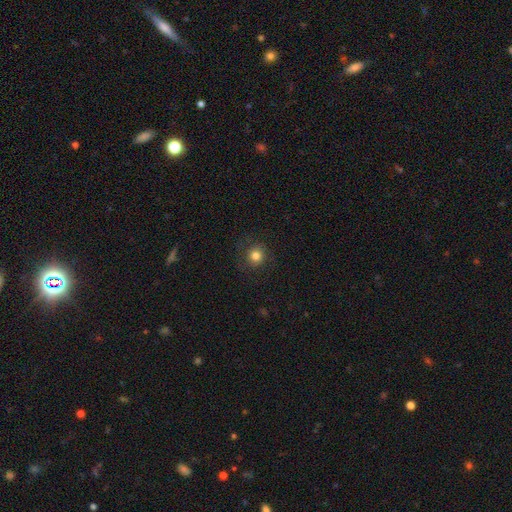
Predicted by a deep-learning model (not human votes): smooth 81%, star or artifact 12%, featured or disk 6%. Down the decision tree: how rounded — round (92%); merging — none (86%).